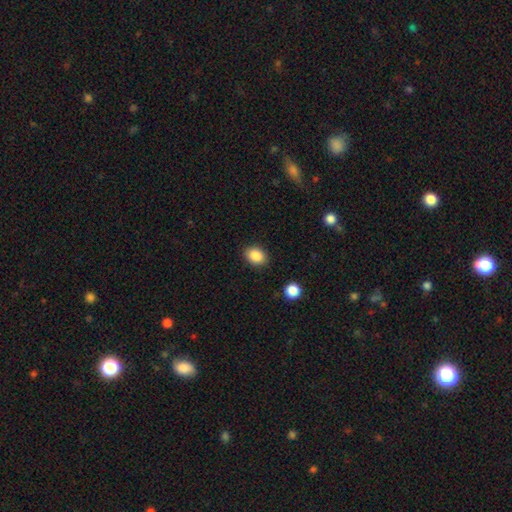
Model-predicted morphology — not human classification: The model was most divided on "how rounded": in between: 67%, round: 32%, cigar-shaped: 1%. More confident: merging — none (88%); smooth or featured — smooth (87%).